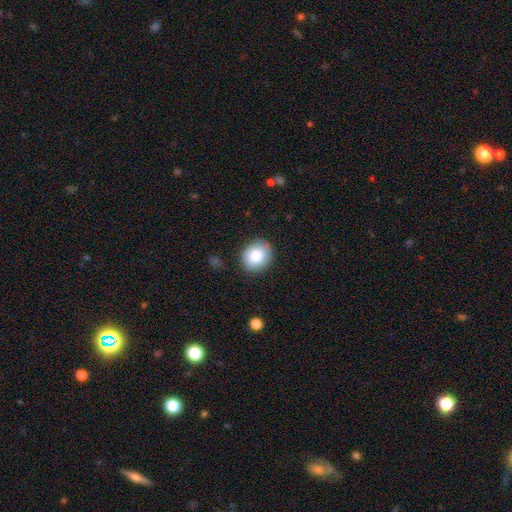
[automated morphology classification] type=smooth (82%); roundness=round (72%); merging=none (86%).